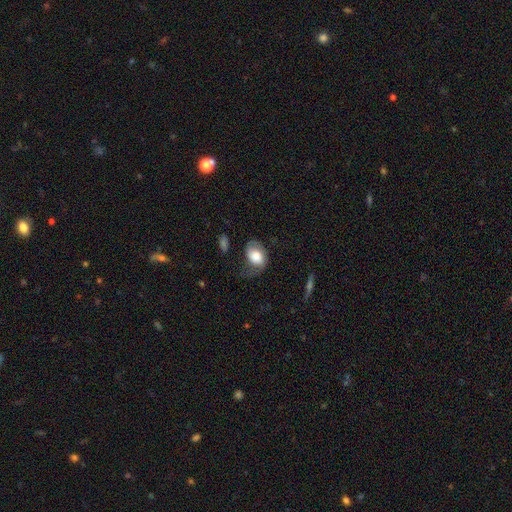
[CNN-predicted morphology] Overall: smooth (64%; featured or disk 30%). How rounded: in between (77%). Merging: none (36%; major disturbance 32%).